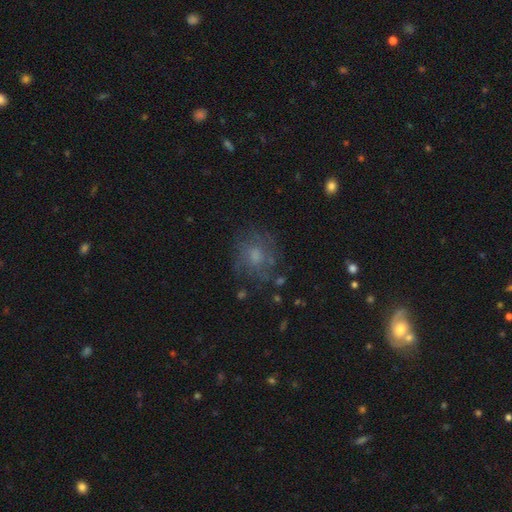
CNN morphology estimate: The model was most divided on "smooth or featured": smooth: 44%, featured or disk: 41%, star or artifact: 15%. More confident: merging — none (68%).